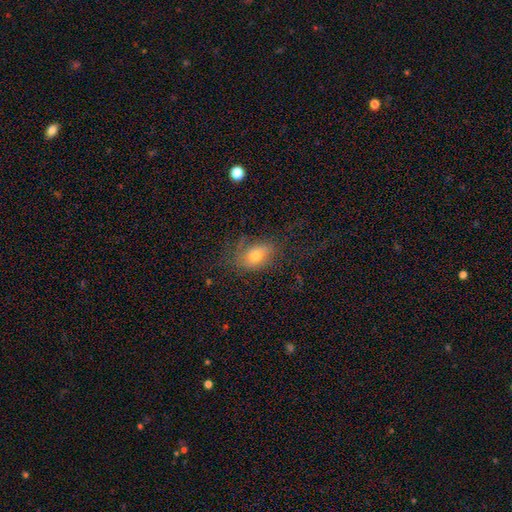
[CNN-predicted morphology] A smooth galaxy with no disk features (66%) that is in between round and cigar-shaped (81%).

Vote fractions:
- Smooth or featured? smooth: 66% / featured or disk: 23% / star or artifact: 12%
- How rounded? in between: 81% / round: 16% / cigar-shaped: 3%
- Merging? none: 60% / minor disturbance: 22% / major disturbance: 17% / merger: 2%